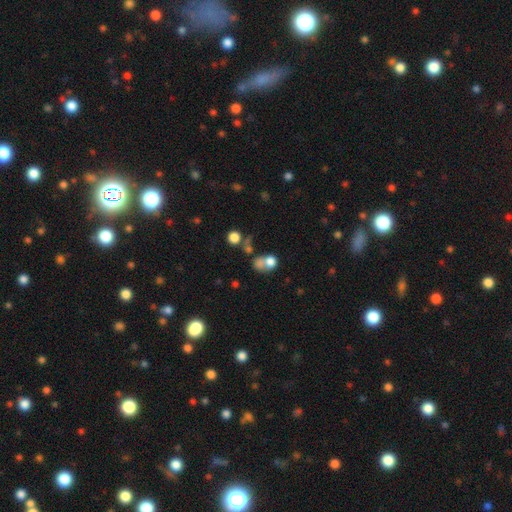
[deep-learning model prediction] Smooth or featured? star or artifact (55%)